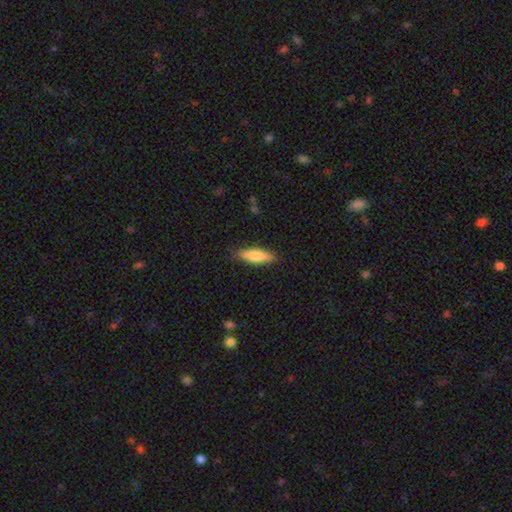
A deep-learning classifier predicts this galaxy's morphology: The model was most divided on "how rounded": cigar-shaped: 63%, in between: 35%, round: 2%. More confident: merging — none (86%); smooth or featured — smooth (74%).